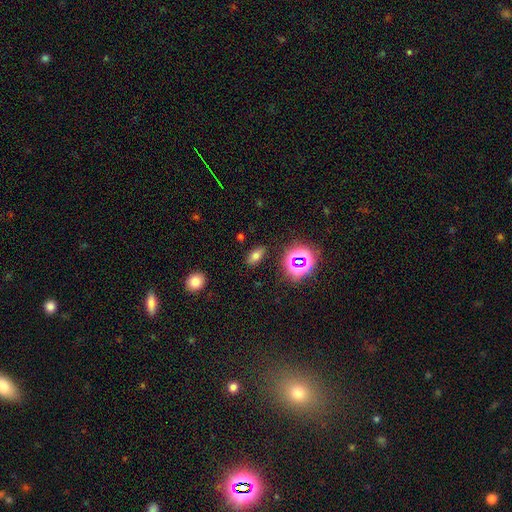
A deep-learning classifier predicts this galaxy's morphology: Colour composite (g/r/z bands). It shows a smooth galaxy with no disk features (67%) that is in between round and cigar-shaped (84%). Merging: none (85%).